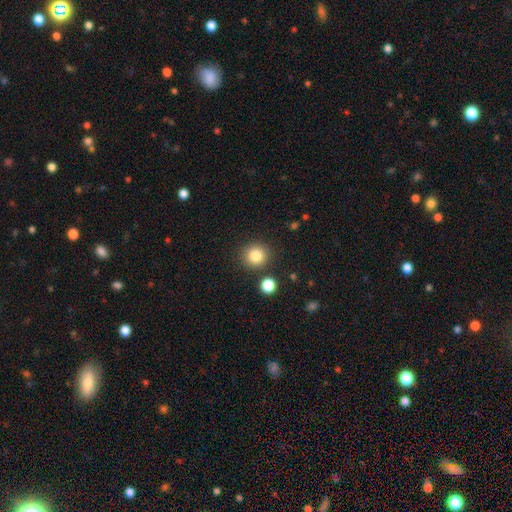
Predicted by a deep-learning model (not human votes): smooth 84%, star or artifact 11%, featured or disk 6%. Down the decision tree: how rounded — round (90%); merging — none (86%).